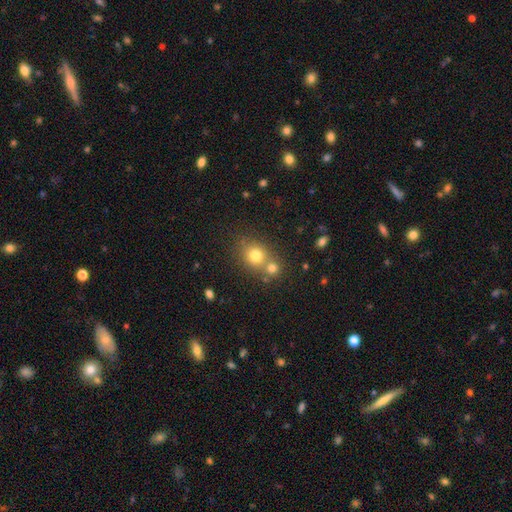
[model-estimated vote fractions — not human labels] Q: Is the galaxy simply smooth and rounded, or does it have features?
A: smooth — 75%.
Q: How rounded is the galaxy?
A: round — 75%.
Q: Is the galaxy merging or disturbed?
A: none — 52%.